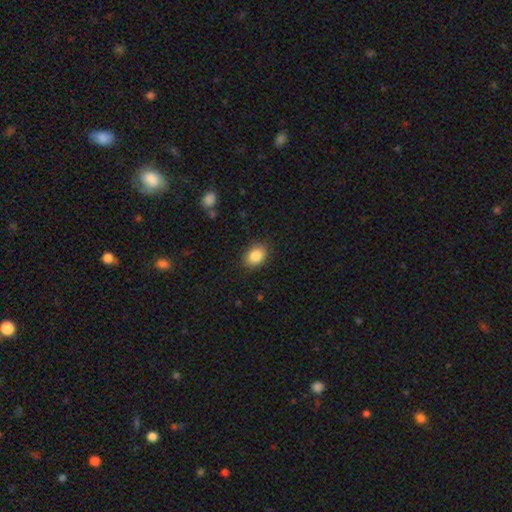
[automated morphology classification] A smooth galaxy with no disk features (86%) that is in between round and cigar-shaped (72%). Merging: none (87%).